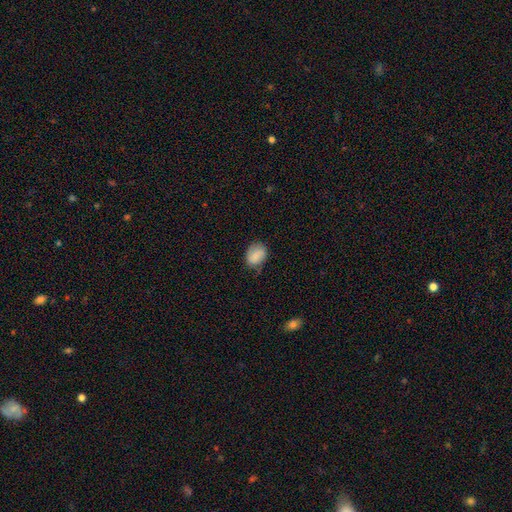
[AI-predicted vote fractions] smooth_or_featured: smooth (p=0.82) [alt: featured or disk p=0.10]
how_rounded: in between (p=0.60) [alt: round p=0.39]
merging: none (p=0.65) [alt: minor disturbance p=0.27]